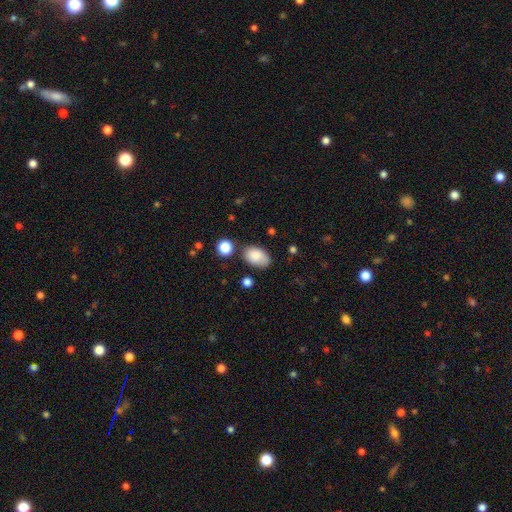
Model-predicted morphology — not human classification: Smooth or featured? smooth (83%)
How rounded? in between (89%)
Merging? none (67%)